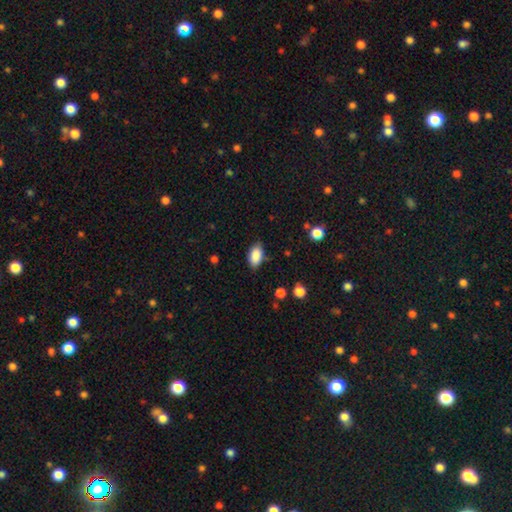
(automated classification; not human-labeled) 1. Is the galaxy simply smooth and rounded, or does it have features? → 88% smooth, 7% star or artifact, 5% featured or disk.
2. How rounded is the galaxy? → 93% in between, 4% round, 2% cigar-shaped.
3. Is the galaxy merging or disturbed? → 80% none, 16% minor disturbance, 3% major disturbance, 1% merger.